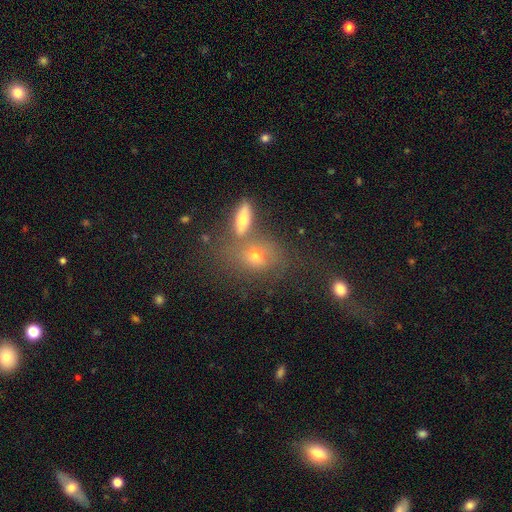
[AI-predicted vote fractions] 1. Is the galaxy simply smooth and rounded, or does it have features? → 61% smooth, 25% featured or disk, 14% star or artifact.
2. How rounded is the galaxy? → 56% in between, 40% round, 4% cigar-shaped.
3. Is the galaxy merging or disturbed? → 50% none, 28% merger, 14% minor disturbance, 8% major disturbance.